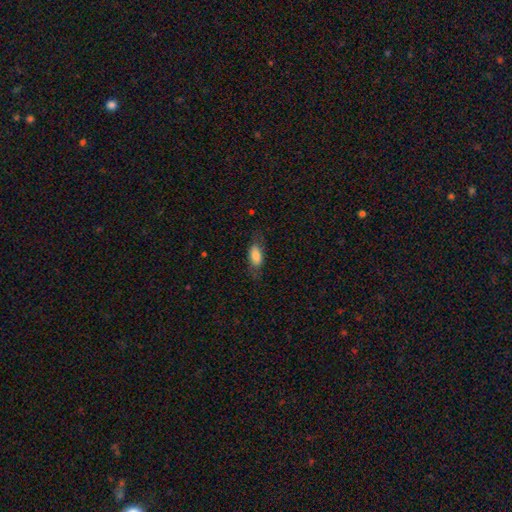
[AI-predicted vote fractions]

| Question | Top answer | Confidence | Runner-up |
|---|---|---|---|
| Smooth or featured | smooth | 75% | featured or disk (18%) |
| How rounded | in between | 84% | cigar-shaped (12%) |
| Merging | none | 68% | minor disturbance (20%) |